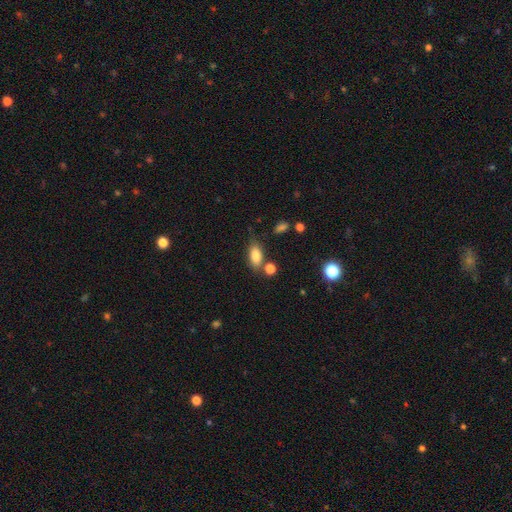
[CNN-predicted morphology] Q: Smooth or featured?
A: smooth (83%); runner-up: star or artifact (9%)
Q: How rounded?
A: in between (86%); runner-up: cigar-shaped (9%)
Q: Merging?
A: none (67%); runner-up: minor disturbance (17%)